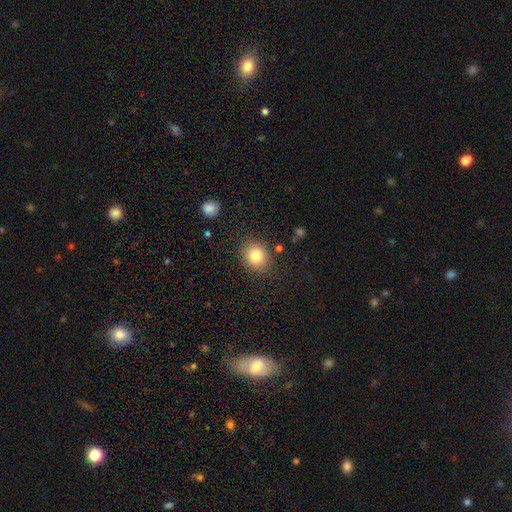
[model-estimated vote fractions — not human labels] This is clearly a smooth galaxy (84%). How rounded: likely round (74%). Merging: clearly none (85%).